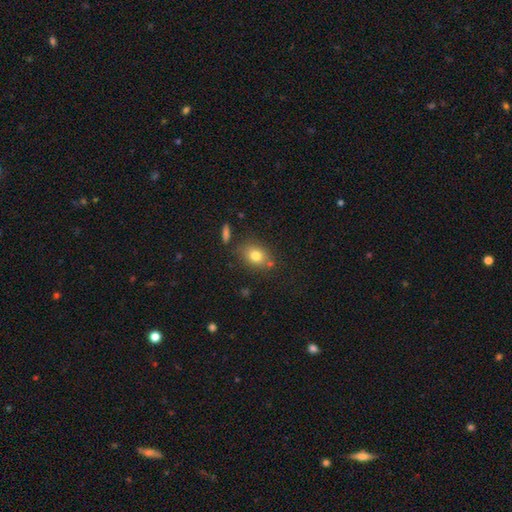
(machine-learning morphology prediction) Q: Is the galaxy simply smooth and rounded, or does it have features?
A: smooth — 78%.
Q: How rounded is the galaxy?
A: in between — 62%.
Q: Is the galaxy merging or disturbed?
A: none — 74%.